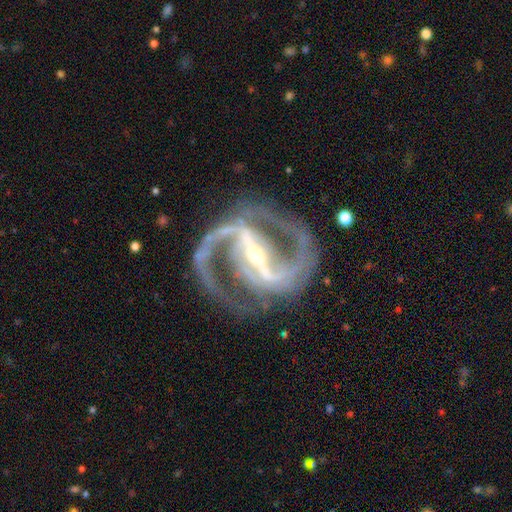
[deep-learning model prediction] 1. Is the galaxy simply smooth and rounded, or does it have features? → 93% featured or disk, 5% star or artifact, 2% smooth.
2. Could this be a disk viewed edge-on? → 97% no, 3% yes.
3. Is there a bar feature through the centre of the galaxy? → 82% strong, 14% weak, 4% no.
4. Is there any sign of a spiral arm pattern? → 98% yes, 2% no.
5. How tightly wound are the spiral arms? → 61% medium, 26% tight, 13% loose.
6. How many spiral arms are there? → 91% 2, 3% 3, 2% can't tell, 1% 1, 1% 4, 1% more than 4.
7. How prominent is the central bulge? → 65% small, 30% moderate, 3% large, 1% none, 1% dominant.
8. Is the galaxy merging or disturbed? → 78% none, 12% minor disturbance, 8% major disturbance, 2% merger.